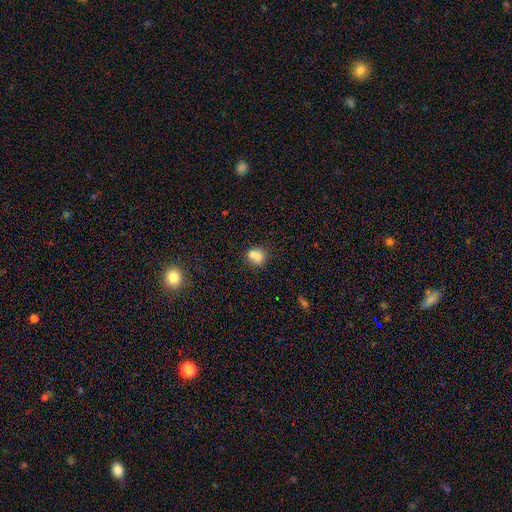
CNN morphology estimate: Overall: smooth (75%). How rounded: round (71%). Merging: none (44%; merger 40%).